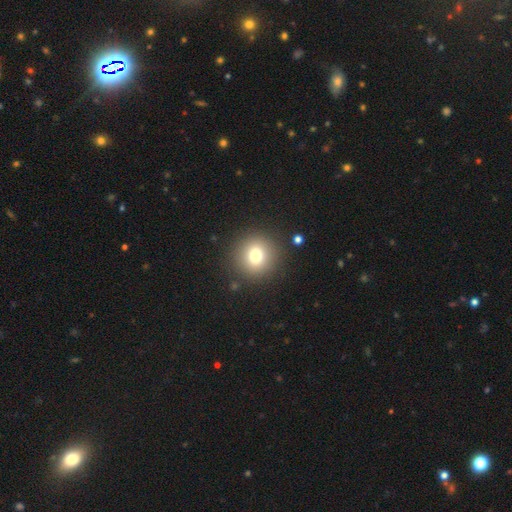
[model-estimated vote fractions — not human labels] This appears to be a smooth galaxy with no disk features (76%) that is round (92%). Merging: none (89%).